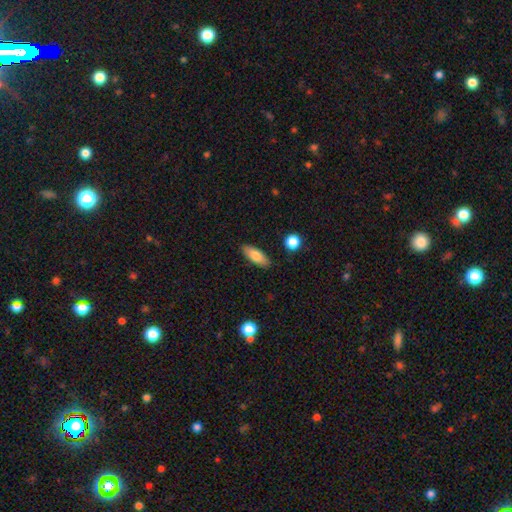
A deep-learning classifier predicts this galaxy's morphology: smooth_or_featured: smooth (p=0.76) [alt: featured or disk p=0.17]
how_rounded: in between (p=0.70) [alt: cigar-shaped p=0.27]
merging: none (p=0.87) [alt: minor disturbance p=0.09]